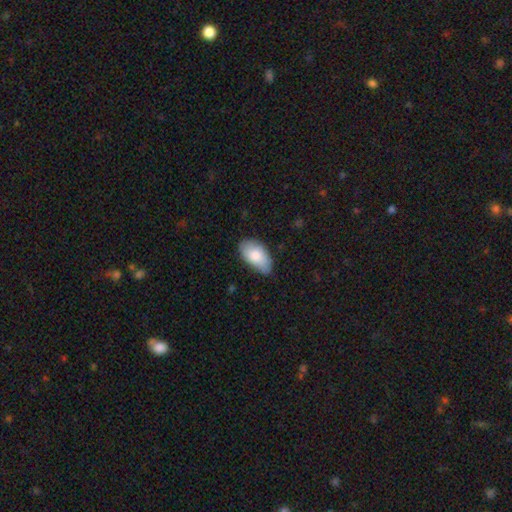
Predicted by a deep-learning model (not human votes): Smooth or featured?
  - smooth: 83% *
  - featured or disk: 12%
  - star or artifact: 6%
How rounded?
  - in between: 95% *
  - round: 3%
  - cigar-shaped: 2%
Merging?
  - none: 69% *
  - minor disturbance: 26%
  - major disturbance: 4%
  - merger: 1%